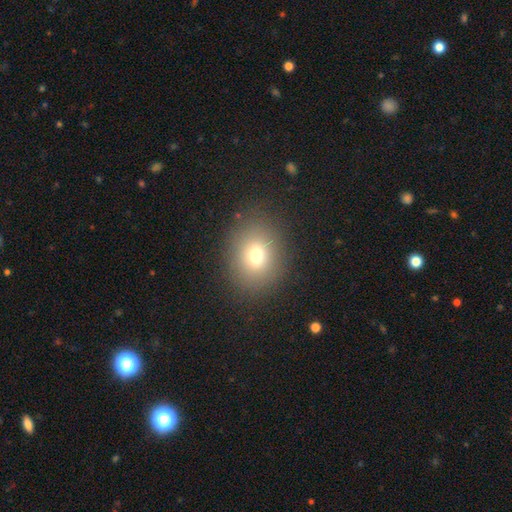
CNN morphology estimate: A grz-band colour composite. It shows a smooth galaxy with no disk features (73%) that is round (58%). Merging: none (86%).